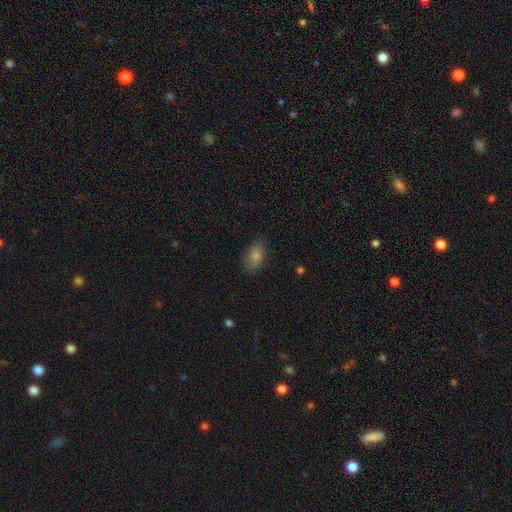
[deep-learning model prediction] Smooth or featured?
  - smooth: 75% *
  - star or artifact: 13%
  - featured or disk: 12%
How rounded?
  - in between: 88% *
  - round: 9%
  - cigar-shaped: 3%
Merging?
  - none: 80% *
  - minor disturbance: 15%
  - major disturbance: 3%
  - merger: 1%